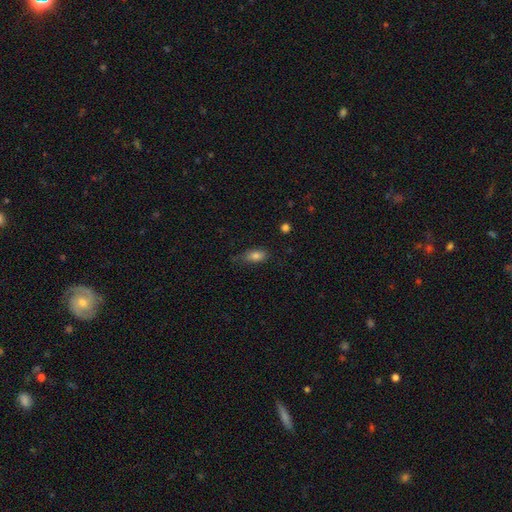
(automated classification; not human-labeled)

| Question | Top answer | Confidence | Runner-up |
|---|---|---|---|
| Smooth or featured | smooth | 81% | featured or disk (10%) |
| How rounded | in between | 85% | cigar-shaped (10%) |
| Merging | none | 64% | minor disturbance (27%) |